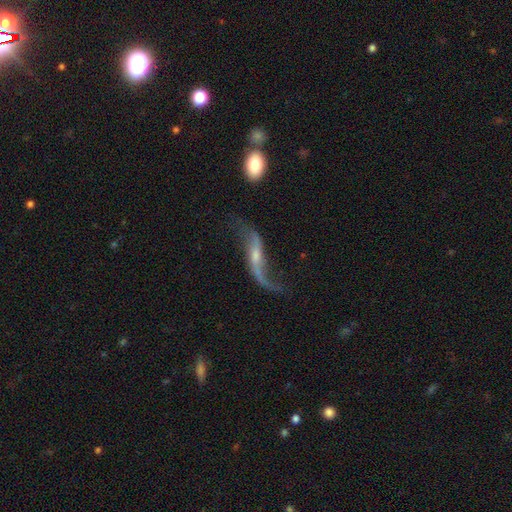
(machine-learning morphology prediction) type=featured or disk (85%); edge-on=no (87%); bar=no (42%); spiral arms=yes (94%); winding=loose (95%); arm count=2 (86%); bulge=small (59%); merging=none (55%).